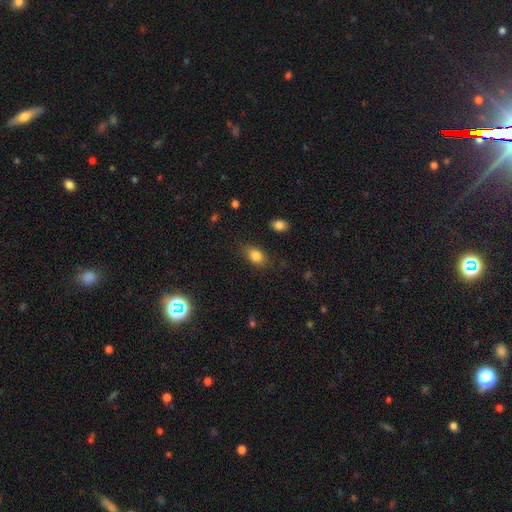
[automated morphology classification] A smooth galaxy with no disk features (83%) that is in between round and cigar-shaped (82%). Merging: none (79%).